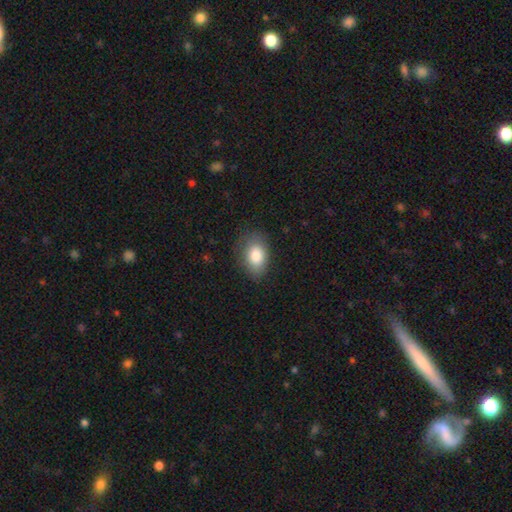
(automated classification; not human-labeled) Morphology: type=smooth (83%); roundness=in between (84%); merging=none (77%).